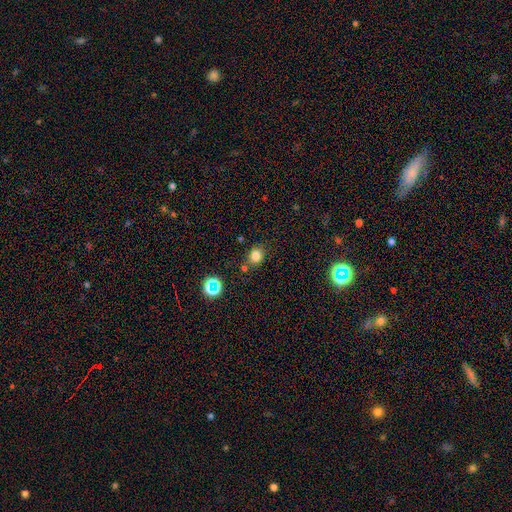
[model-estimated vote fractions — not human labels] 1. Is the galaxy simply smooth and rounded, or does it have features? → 79% smooth, 15% star or artifact, 6% featured or disk.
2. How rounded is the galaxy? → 63% round, 36% in between, 1% cigar-shaped.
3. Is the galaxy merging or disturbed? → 76% none, 13% minor disturbance, 8% merger, 4% major disturbance.